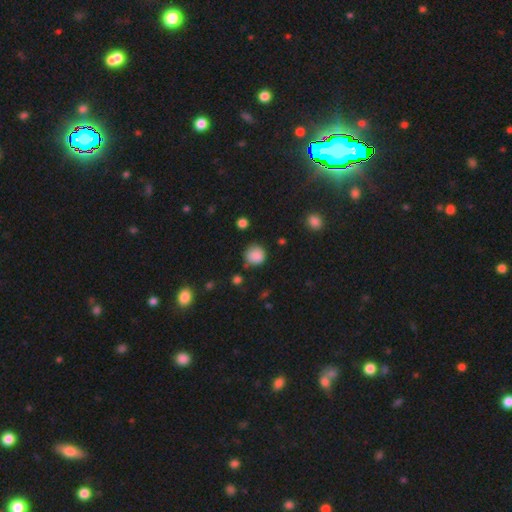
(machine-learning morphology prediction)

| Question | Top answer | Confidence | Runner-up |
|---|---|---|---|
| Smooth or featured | smooth | 86% | star or artifact (10%) |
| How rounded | round | 90% | in between (9%) |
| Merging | none | 73% | minor disturbance (18%) |